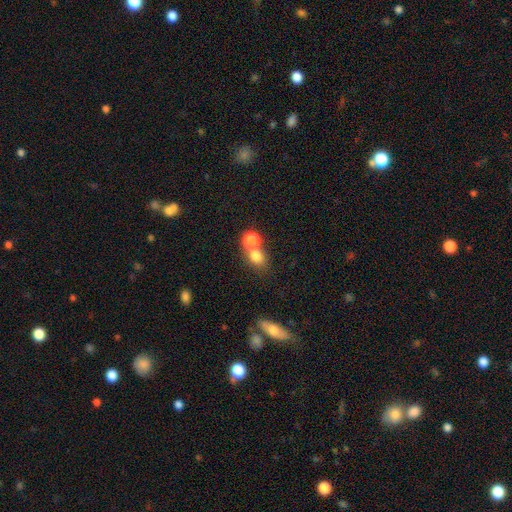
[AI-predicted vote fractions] Smooth or featured?
  - smooth: 76% *
  - star or artifact: 14%
  - featured or disk: 10%
How rounded?
  - round: 64% *
  - in between: 35%
  - cigar-shaped: 1%
Merging?
  - none: 45% *
  - merger: 43%
  - minor disturbance: 8%
  - major disturbance: 4%